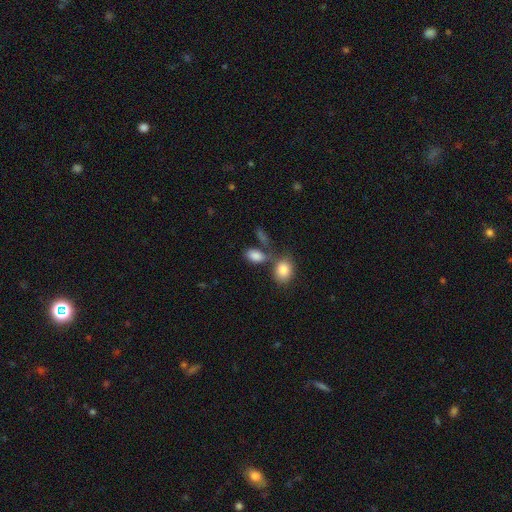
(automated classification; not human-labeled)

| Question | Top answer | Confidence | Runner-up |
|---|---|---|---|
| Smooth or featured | smooth | 85% | star or artifact (8%) |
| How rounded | in between | 87% | round (10%) |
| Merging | none | 50% | merger (31%) |